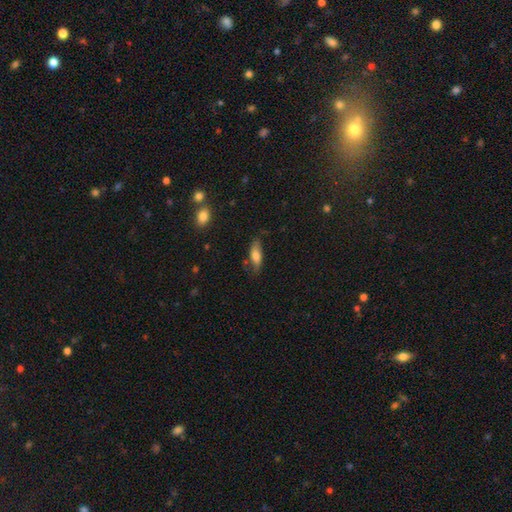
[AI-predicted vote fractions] Smooth or featured? smooth (72%)
How rounded? in between (67%)
Merging? none (65%)